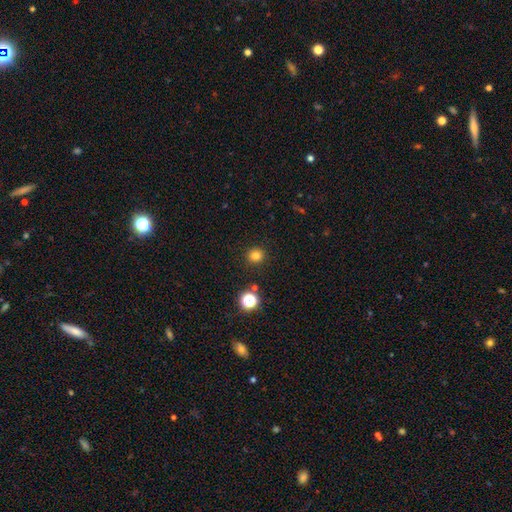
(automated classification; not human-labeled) A smooth galaxy with no disk features (79%) that is round (93%). Merging: none (91%).